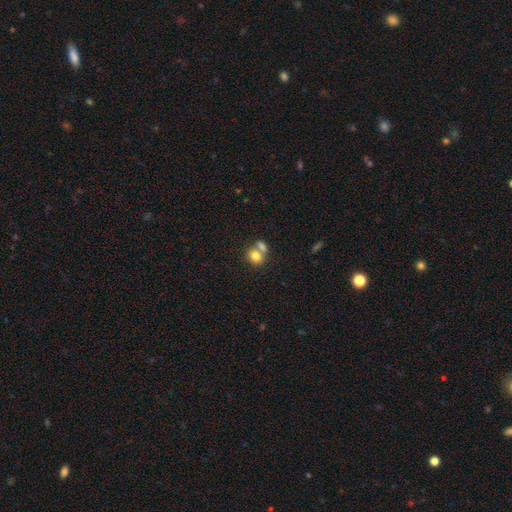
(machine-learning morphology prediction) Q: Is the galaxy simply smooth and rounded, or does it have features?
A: smooth — 78%.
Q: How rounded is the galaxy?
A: round — 52%.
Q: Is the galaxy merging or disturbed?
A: merger — 48%.